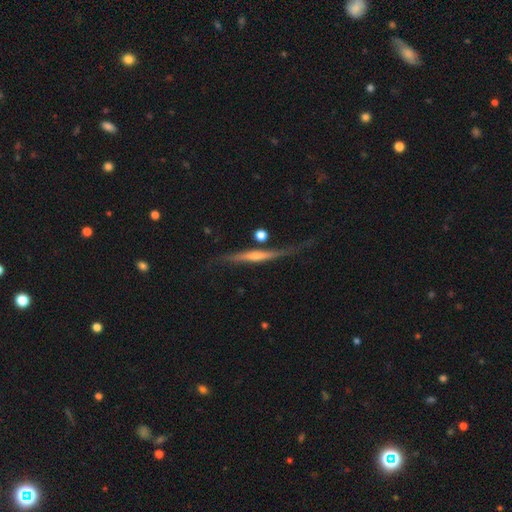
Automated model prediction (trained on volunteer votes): smooth_or_featured: featured or disk (p=0.77) [alt: smooth p=0.16]
disk_edge_on: yes (p=0.94) [alt: no p=0.06]
edge_on_bulge: rounded (p=0.71) [alt: none p=0.22]
merging: none (p=0.65) [alt: minor disturbance p=0.22]